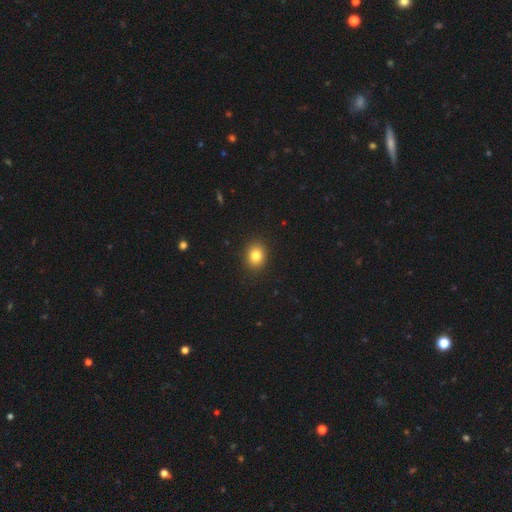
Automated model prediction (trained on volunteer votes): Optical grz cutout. It shows a smooth galaxy with no disk features (83%) that is round (59%). Merging: none (90%).